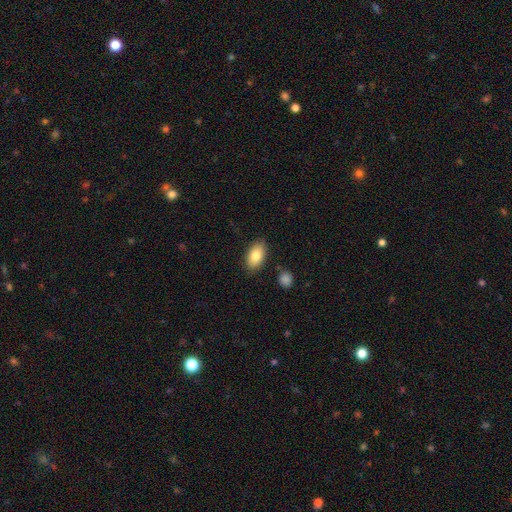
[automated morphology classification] smooth-or-featured: smooth: 81% | featured or disk: 12% | star or artifact: 7%
  how-rounded: in between: 93% | round: 5% | cigar-shaped: 2%
  merging: none: 85% | minor disturbance: 11% | major disturbance: 2% | merger: 2%